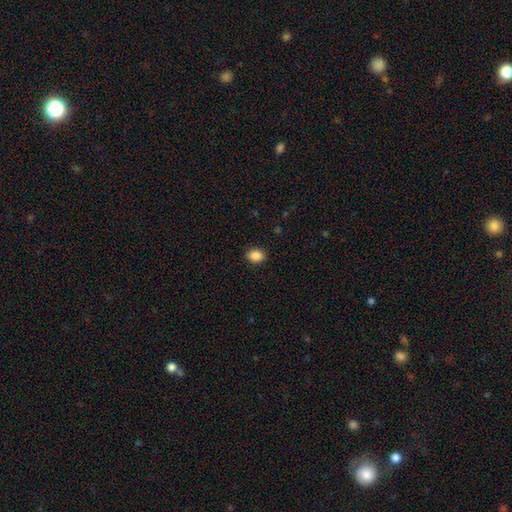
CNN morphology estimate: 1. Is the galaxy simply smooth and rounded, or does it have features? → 87% smooth, 9% star or artifact, 4% featured or disk.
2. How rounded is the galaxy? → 57% in between, 42% round, 1% cigar-shaped.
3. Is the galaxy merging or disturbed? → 90% none, 7% minor disturbance, 2% major disturbance, 1% merger.